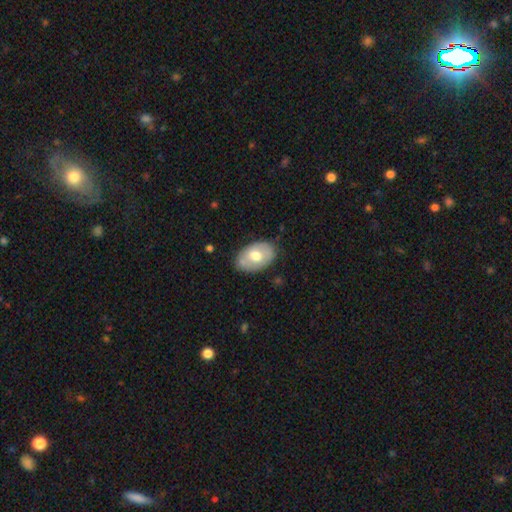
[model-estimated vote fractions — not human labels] A smooth galaxy with no disk features (61%) that is in between round and cigar-shaped (87%). Merging: none (76%).